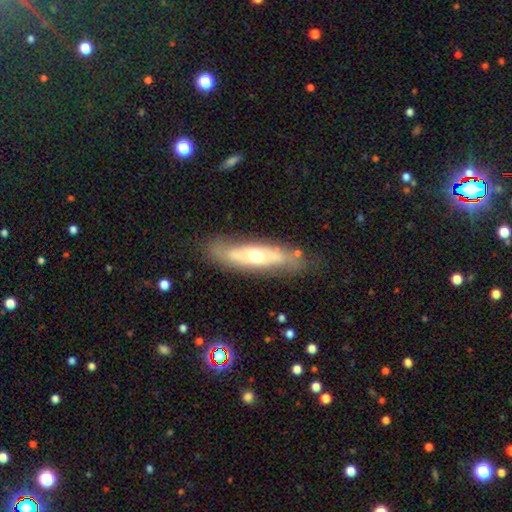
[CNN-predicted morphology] Smooth or featured?
  - featured or disk: 57% *
  - smooth: 37%
  - star or artifact: 6%
Edge-on disk?
  - no: 60% *
  - yes: 40%
Merging?
  - none: 73% *
  - minor disturbance: 18%
  - major disturbance: 6%
  - merger: 3%